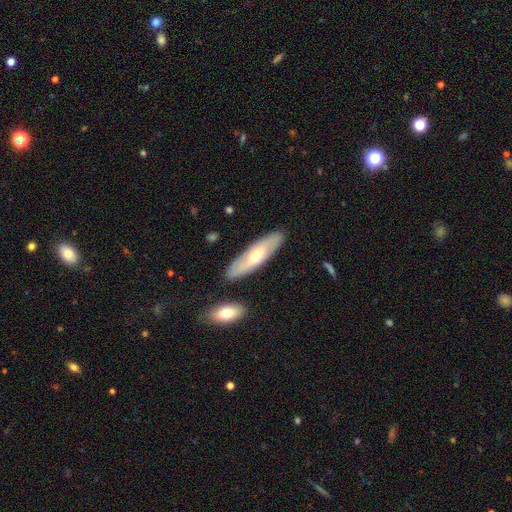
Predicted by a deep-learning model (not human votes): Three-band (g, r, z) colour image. It shows a featured or disk galaxy (48%). Merging: none (85%).